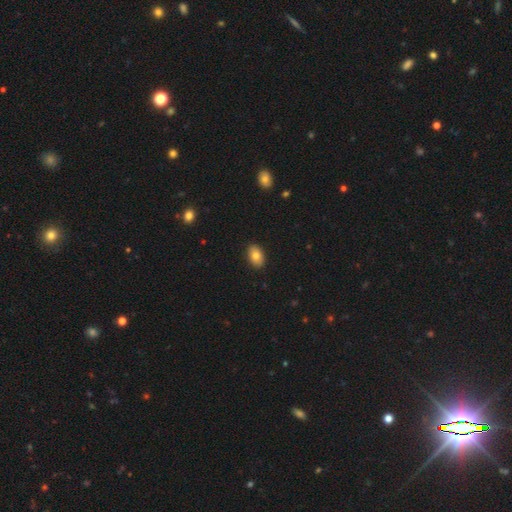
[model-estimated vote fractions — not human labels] smooth_or_featured: smooth (p=0.80) [alt: featured or disk p=0.11]
how_rounded: in between (p=0.89) [alt: round p=0.09]
merging: none (p=0.88) [alt: minor disturbance p=0.09]